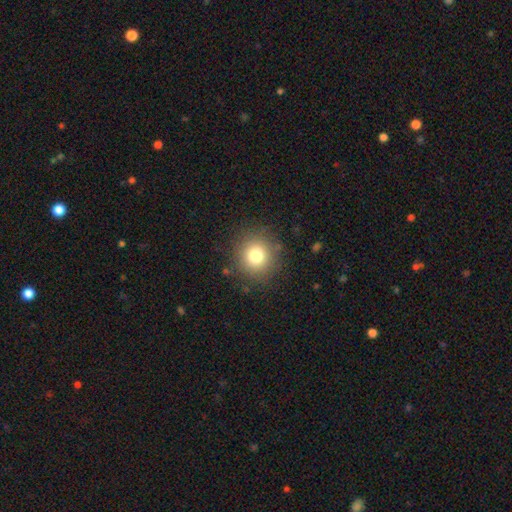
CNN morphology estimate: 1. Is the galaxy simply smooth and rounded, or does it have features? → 77% smooth, 13% star or artifact, 9% featured or disk.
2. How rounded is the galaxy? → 92% round, 7% in between, 1% cigar-shaped.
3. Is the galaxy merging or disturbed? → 87% none, 8% minor disturbance, 4% major disturbance, 1% merger.